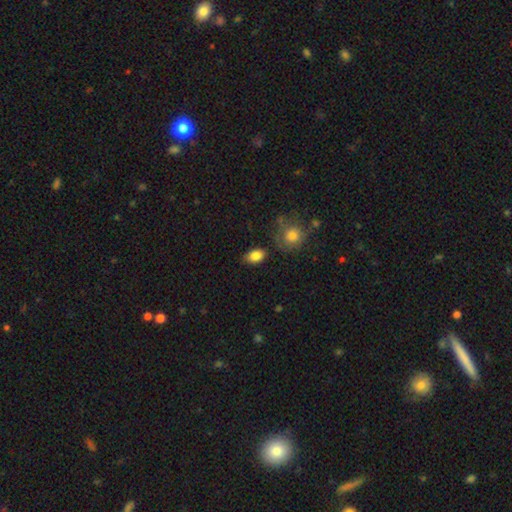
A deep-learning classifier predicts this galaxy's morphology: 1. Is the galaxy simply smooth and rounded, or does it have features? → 85% smooth, 8% star or artifact, 6% featured or disk.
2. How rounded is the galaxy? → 86% in between, 12% round, 2% cigar-shaped.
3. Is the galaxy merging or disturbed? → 77% none, 16% minor disturbance, 4% major disturbance, 3% merger.